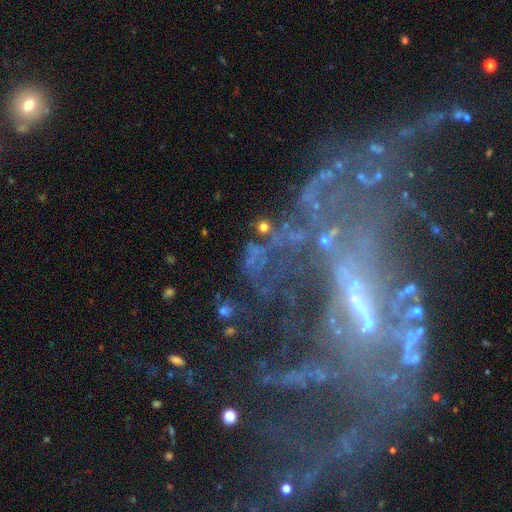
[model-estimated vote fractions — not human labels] Smooth or featured? featured or disk (43%)
Merging? none (53%)